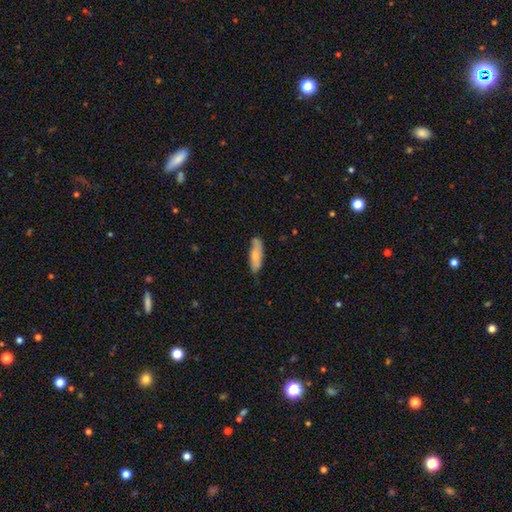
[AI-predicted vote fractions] This is likely a smooth galaxy (74%). How rounded: possibly in between (54%). Merging: likely none (74%).